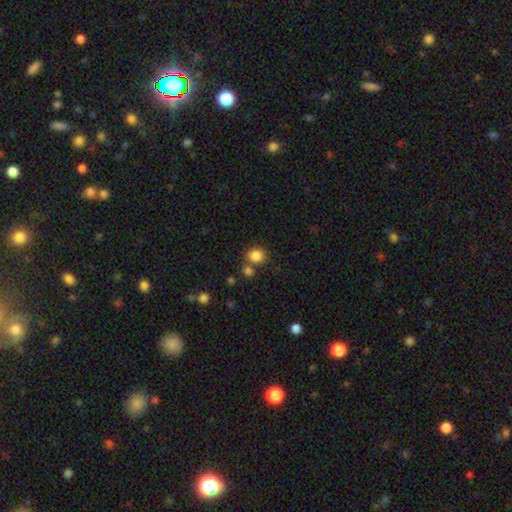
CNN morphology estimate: Overall: smooth (84%). How rounded: round (81%). Merging: none (68%).